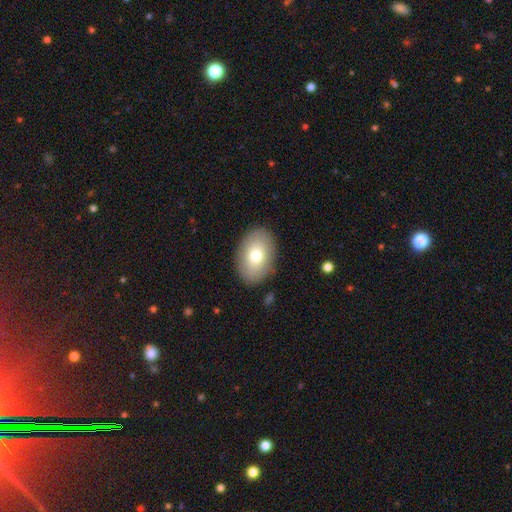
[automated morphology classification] The model was most divided on "smooth or featured": smooth: 74%, featured or disk: 19%, star or artifact: 7%. More confident: merging — none (87%); how rounded — in between (85%).